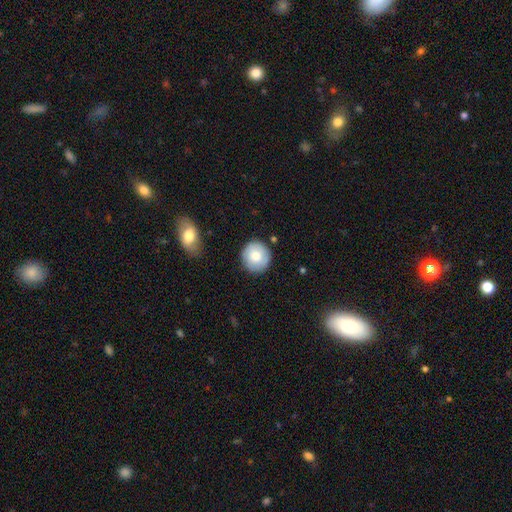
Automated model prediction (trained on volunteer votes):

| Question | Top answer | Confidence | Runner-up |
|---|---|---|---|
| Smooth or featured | smooth | 77% | featured or disk (16%) |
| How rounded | round | 93% | in between (6%) |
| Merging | none | 86% | minor disturbance (9%) |